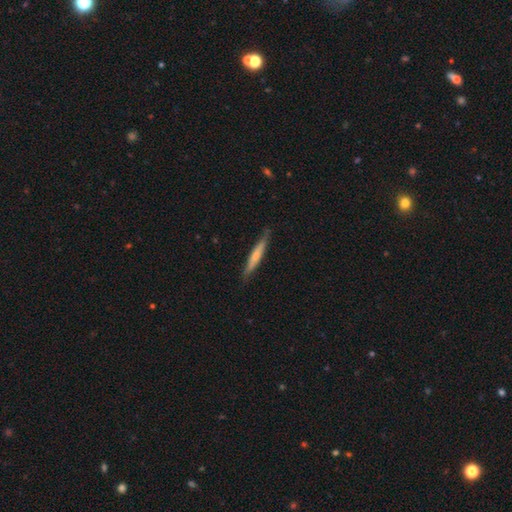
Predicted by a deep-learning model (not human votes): Overall: smooth (52%; featured or disk 43%). How rounded: cigar-shaped (93%). Merging: none (84%).